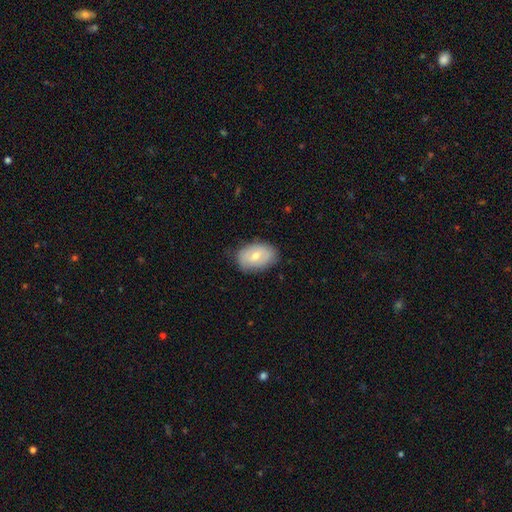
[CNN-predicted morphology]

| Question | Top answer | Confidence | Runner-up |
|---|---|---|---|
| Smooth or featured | smooth | 63% | featured or disk (30%) |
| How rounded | in between | 83% | round (16%) |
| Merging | none | 76% | minor disturbance (19%) |